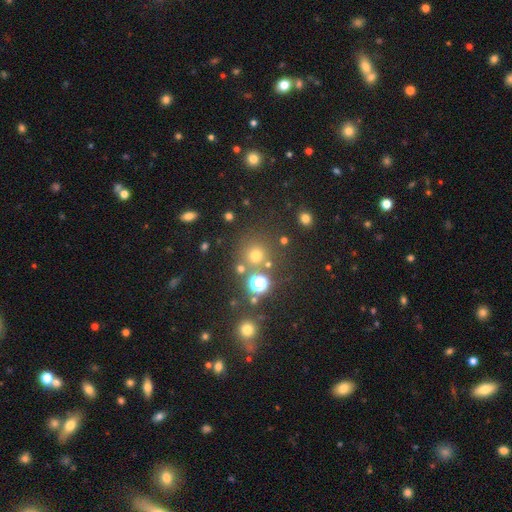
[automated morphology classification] Smooth or featured?
  - smooth: 63% *
  - star or artifact: 29%
  - featured or disk: 7%
How rounded?
  - round: 94% *
  - in between: 5%
  - cigar-shaped: 1%
Merging?
  - none: 79% *
  - merger: 9%
  - minor disturbance: 8%
  - major disturbance: 4%